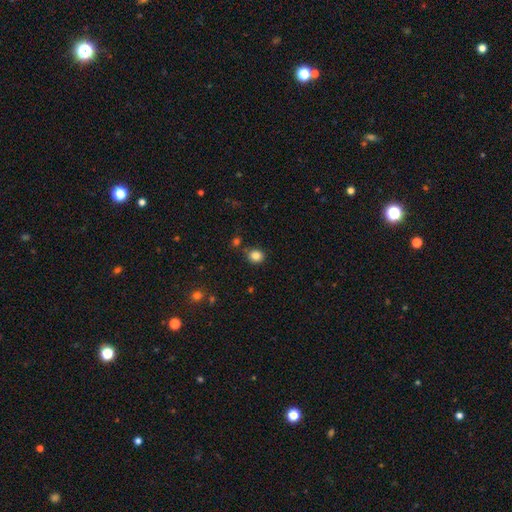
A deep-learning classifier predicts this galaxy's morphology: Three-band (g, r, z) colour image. It shows a smooth galaxy with no disk features (84%) that is round (76%). Merging: none (80%).